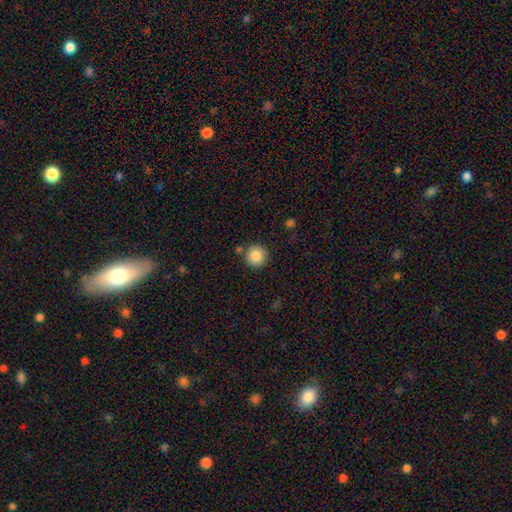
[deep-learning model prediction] A smooth galaxy with no disk features (87%) that is round (95%). Merging: none (85%).